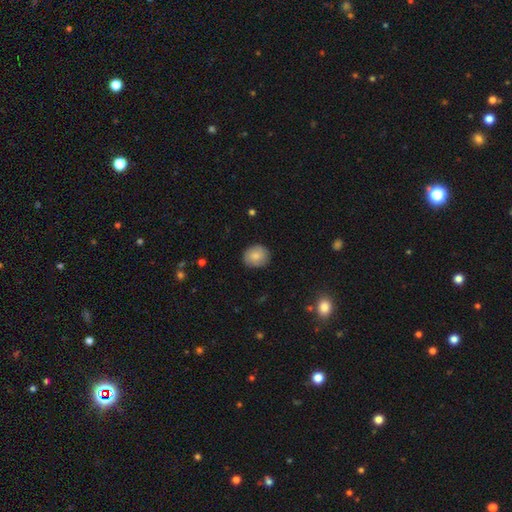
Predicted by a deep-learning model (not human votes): smooth-or-featured: smooth: 83% | featured or disk: 10% | star or artifact: 7%
  how-rounded: round: 78% | in between: 21% | cigar-shaped: 1%
  merging: none: 85% | minor disturbance: 12% | major disturbance: 2% | merger: 1%